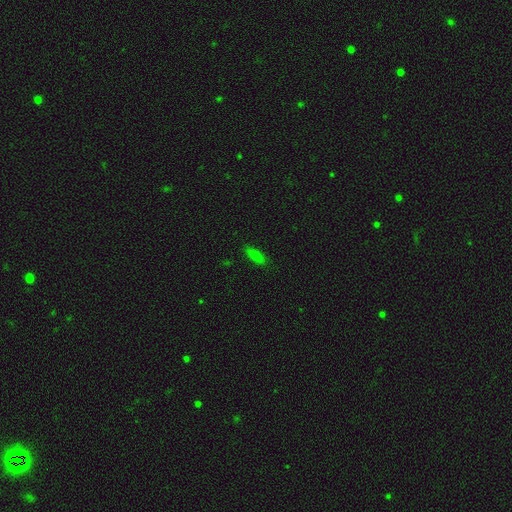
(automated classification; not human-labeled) A smooth galaxy with no disk features (79%) that is cigar-shaped (55%). Merging: none (85%).